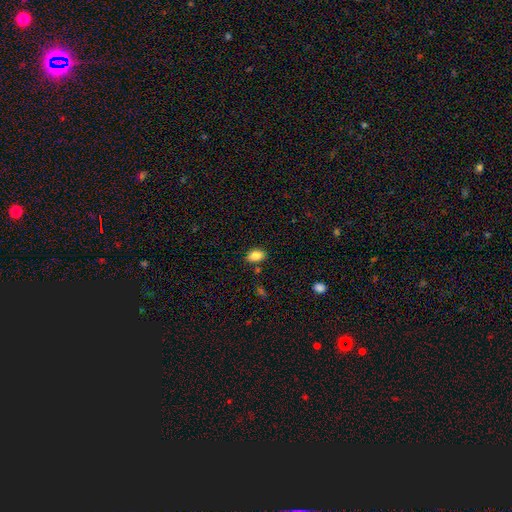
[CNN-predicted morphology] This is clearly a smooth galaxy (85%). How rounded: clearly in between (85%). Merging: clearly none (81%).